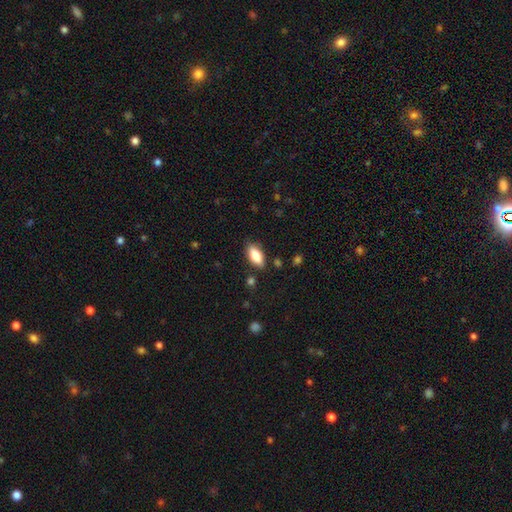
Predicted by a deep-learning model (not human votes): Overall: smooth (79%). How rounded: in between (86%). Merging: none (83%).